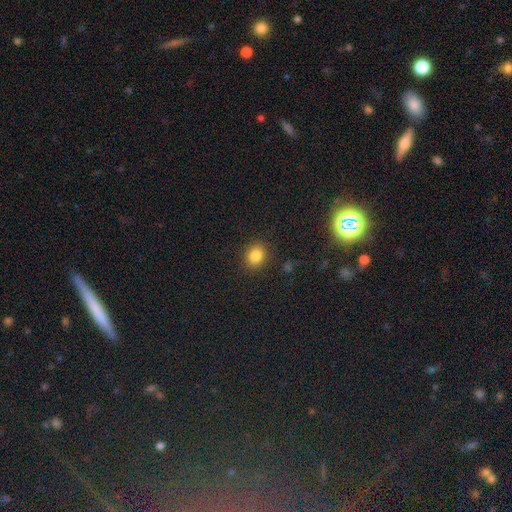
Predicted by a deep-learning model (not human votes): Smooth or featured: smooth — 82% (star or artifact — 12%)
How rounded: round — 65% (in between — 34%)
Merging: none — 87% (minor disturbance — 9%)